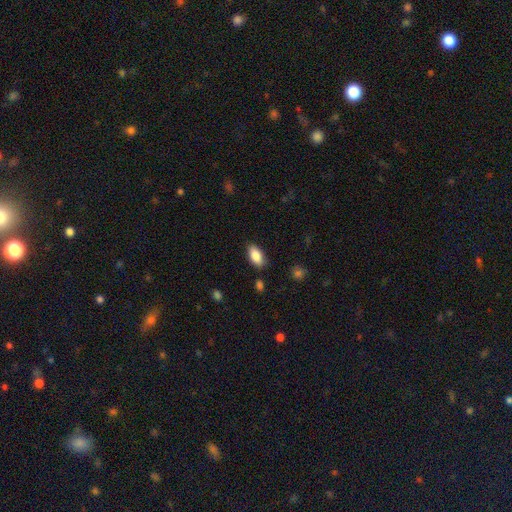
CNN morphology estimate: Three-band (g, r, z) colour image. It shows a smooth galaxy with no disk features (87%) that is in between round and cigar-shaped (92%). Merging: none (86%).